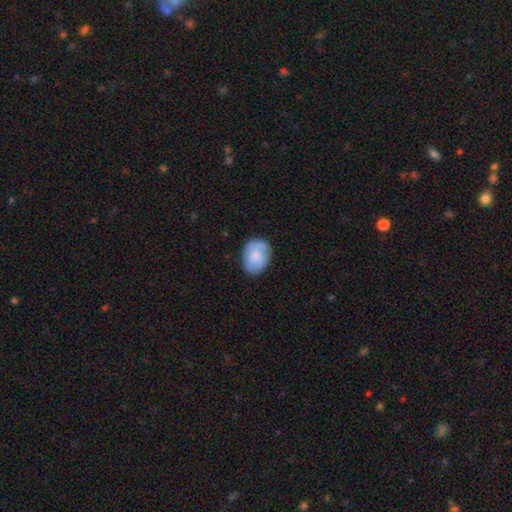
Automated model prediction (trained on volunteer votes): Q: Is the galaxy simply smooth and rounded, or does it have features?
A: smooth — 63%.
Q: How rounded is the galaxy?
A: in between — 66%.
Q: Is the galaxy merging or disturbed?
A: none — 74%.